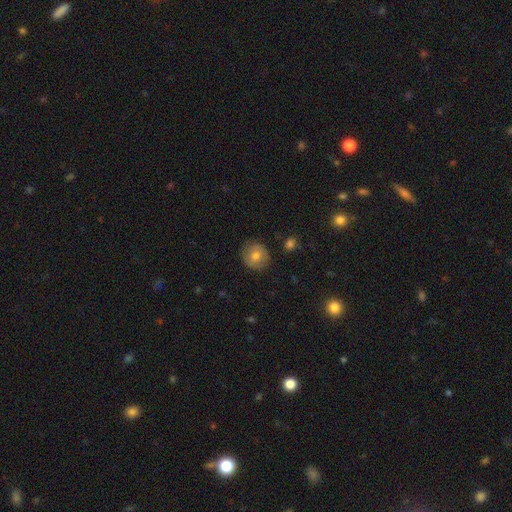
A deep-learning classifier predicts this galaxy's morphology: Smooth or featured: smooth — 73% (featured or disk — 19%)
How rounded: round — 88% (in between — 11%)
Merging: none — 87% (minor disturbance — 10%)